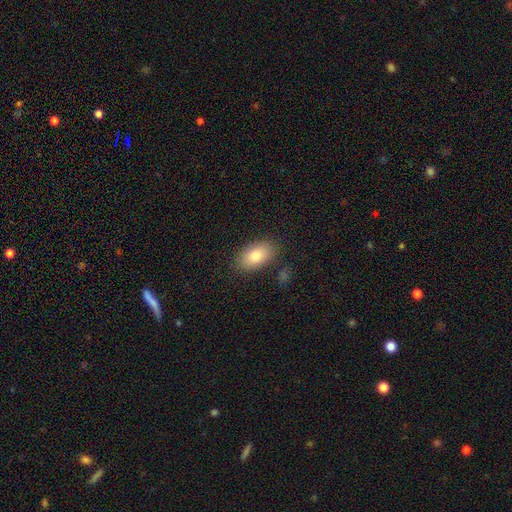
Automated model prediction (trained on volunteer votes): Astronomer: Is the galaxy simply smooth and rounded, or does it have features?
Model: smooth — 81%.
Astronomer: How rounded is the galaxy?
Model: in between — 93%.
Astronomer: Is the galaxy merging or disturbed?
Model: none — 85%.